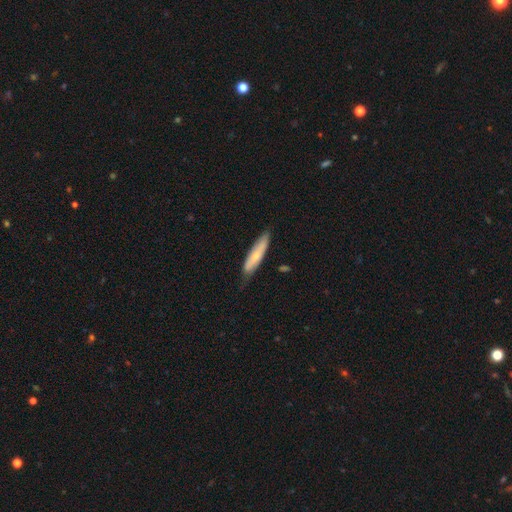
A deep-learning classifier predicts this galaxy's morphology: smooth_or_featured: smooth (p=0.61) [alt: featured or disk p=0.34]
how_rounded: cigar-shaped (p=0.74) [alt: in between p=0.25]
merging: none (p=0.74) [alt: minor disturbance p=0.21]